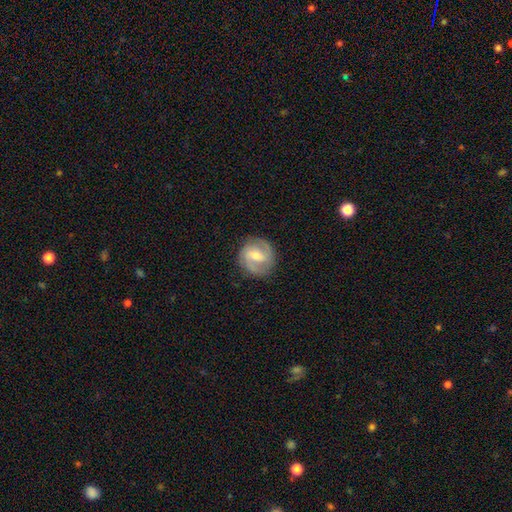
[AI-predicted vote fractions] Smooth or featured? Predicted: featured or disk (p=0.78). Edge-on disk? Predicted: no (p=0.98). Bar? Predicted: weak (p=0.51). Spiral arms? Predicted: yes (p=0.94). Spiral winding? Predicted: medium (p=0.48). Spiral arm count? Predicted: 2 (p=0.78). Bulge size? Predicted: moderate (p=0.49). Merging? Predicted: none (p=0.83).